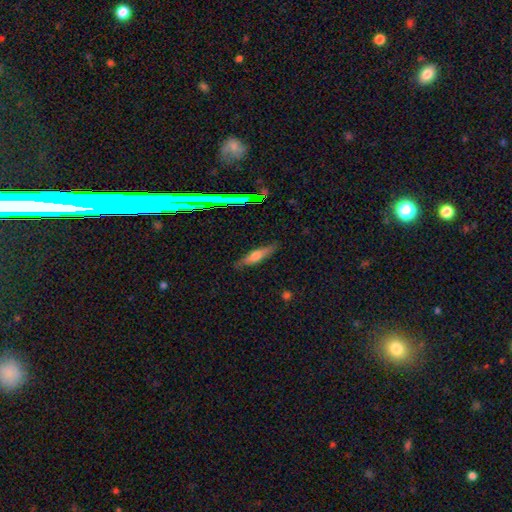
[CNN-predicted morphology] This appears to be a smooth galaxy with no disk features (56%) that is cigar-shaped (69%). Merging: none (84%).